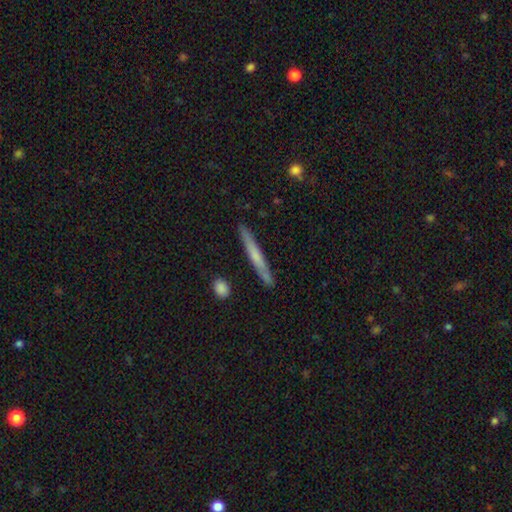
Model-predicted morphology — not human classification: Q: Smooth or featured?
A: smooth (51%); runner-up: featured or disk (43%)
Q: How rounded?
A: cigar-shaped (96%); runner-up: in between (3%)
Q: Merging?
A: none (87%); runner-up: minor disturbance (9%)